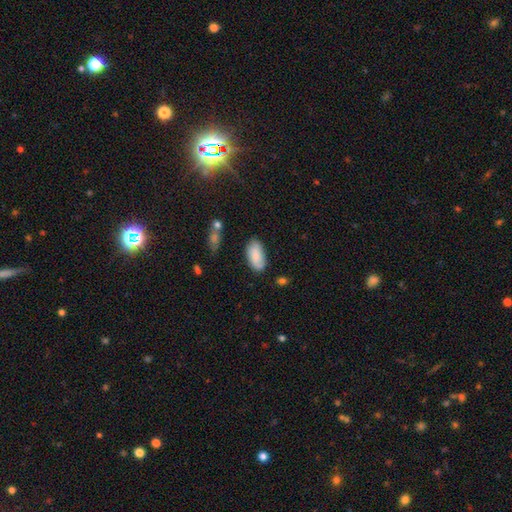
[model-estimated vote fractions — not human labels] Q: Smooth or featured?
A: smooth (84%); runner-up: featured or disk (10%)
Q: How rounded?
A: in between (94%); runner-up: cigar-shaped (4%)
Q: Merging?
A: none (75%); runner-up: minor disturbance (19%)